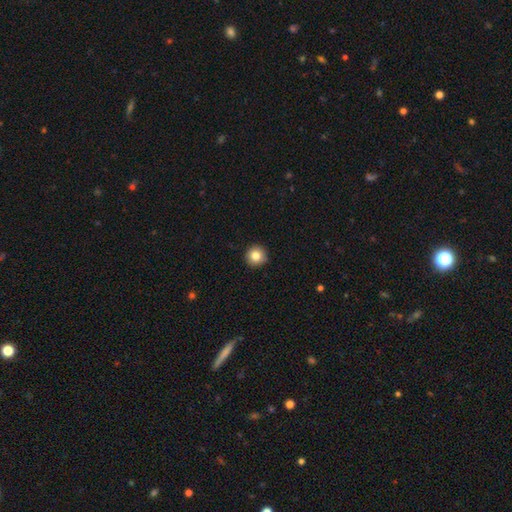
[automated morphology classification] A smooth galaxy with no disk features (83%) that is round (95%). Merging: none (93%).